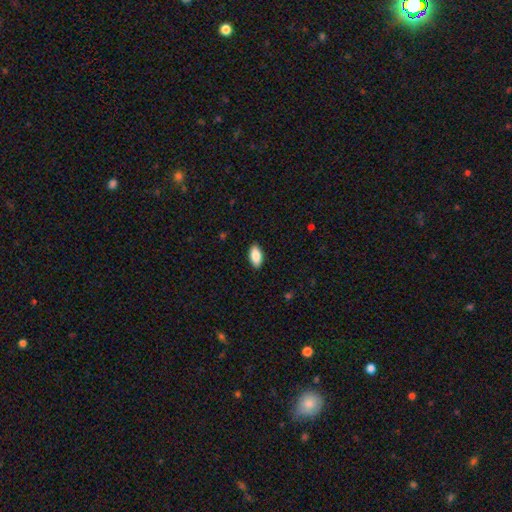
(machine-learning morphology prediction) Overall: smooth (88%). How rounded: in between (92%). Merging: none (89%).